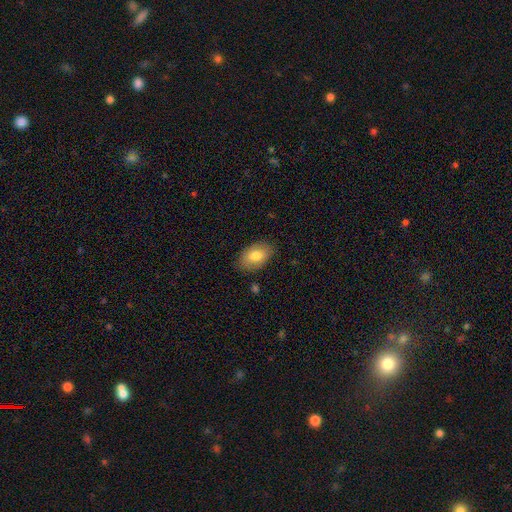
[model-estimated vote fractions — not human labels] smooth_or_featured: smooth (p=0.78) [alt: featured or disk p=0.15]
how_rounded: in between (p=0.91) [alt: round p=0.08]
merging: none (p=0.83) [alt: minor disturbance p=0.13]